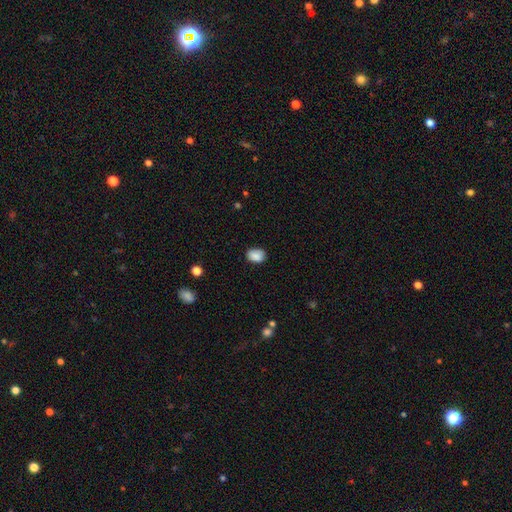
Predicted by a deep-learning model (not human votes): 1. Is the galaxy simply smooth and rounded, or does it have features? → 86% smooth, 8% star or artifact, 6% featured or disk.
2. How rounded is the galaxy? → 73% in between, 26% round, 1% cigar-shaped.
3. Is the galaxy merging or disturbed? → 79% none, 16% minor disturbance, 3% major disturbance, 1% merger.